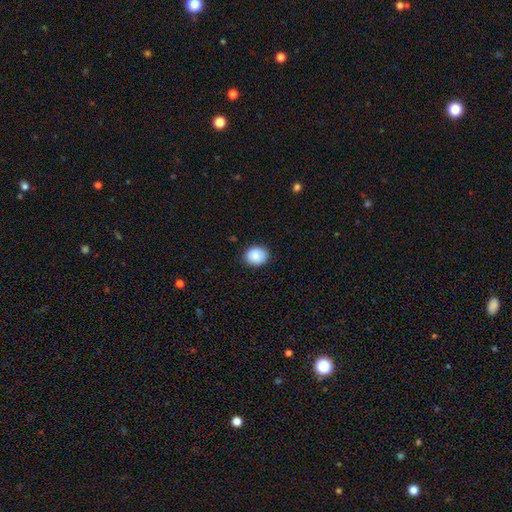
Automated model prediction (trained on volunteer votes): Q: Smooth or featured?
A: smooth (83%); runner-up: featured or disk (9%)
Q: How rounded?
A: round (70%); runner-up: in between (30%)
Q: Merging?
A: none (86%); runner-up: minor disturbance (10%)